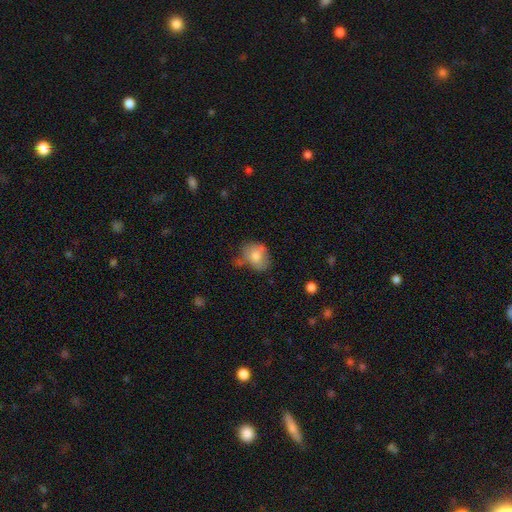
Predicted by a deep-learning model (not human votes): This is likely a smooth galaxy (73%). How rounded: likely in between (60%). Merging: possibly none (47%).